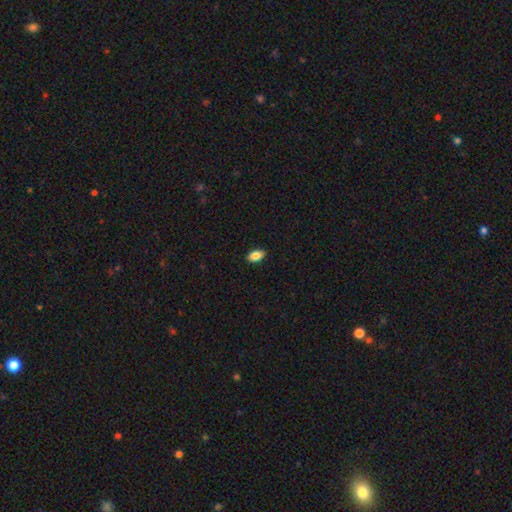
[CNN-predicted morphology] smooth_or_featured: smooth (p=0.86) [alt: star or artifact p=0.08]
how_rounded: in between (p=0.91) [alt: round p=0.06]
merging: none (p=0.90) [alt: minor disturbance p=0.08]